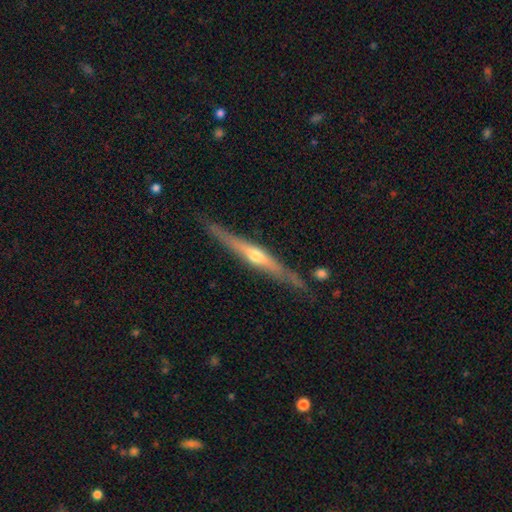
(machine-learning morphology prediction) A featured or disk galaxy (74%) viewed edge-on (96%) with a rounded central bulge (81%).

Vote fractions:
- Smooth or featured? featured or disk: 74% / smooth: 20% / star or artifact: 6%
- Edge-on disk? yes: 96% / no: 4%
- Edge-on bulge? rounded: 81% / none: 15% / boxy: 5%
- Merging? none: 80% / minor disturbance: 14% / major disturbance: 3% / merger: 3%